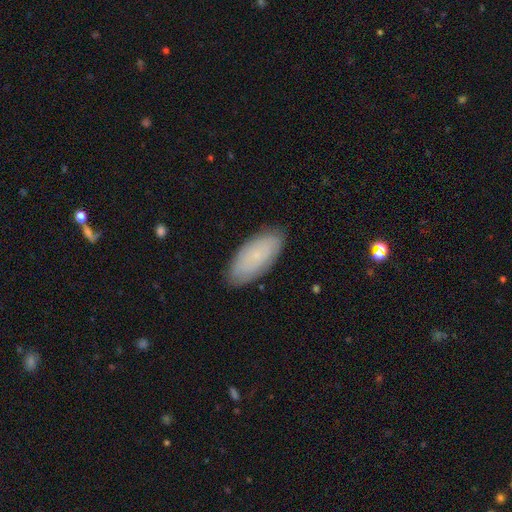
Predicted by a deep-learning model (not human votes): Morphology: type=smooth (63%); roundness=in between (89%); merging=none (84%).